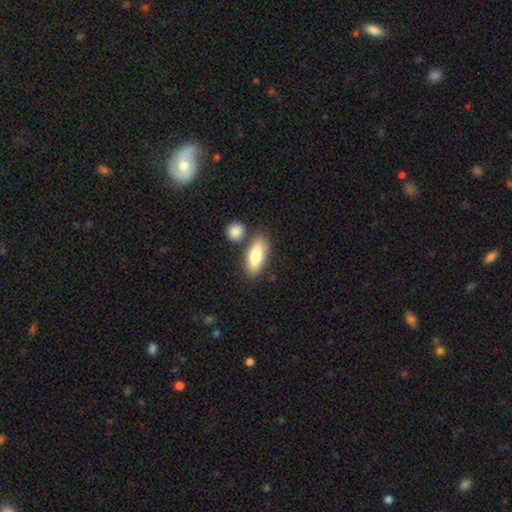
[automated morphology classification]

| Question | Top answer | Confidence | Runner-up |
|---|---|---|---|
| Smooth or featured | smooth | 79% | featured or disk (16%) |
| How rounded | in between | 76% | cigar-shaped (21%) |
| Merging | none | 71% | merger (14%) |